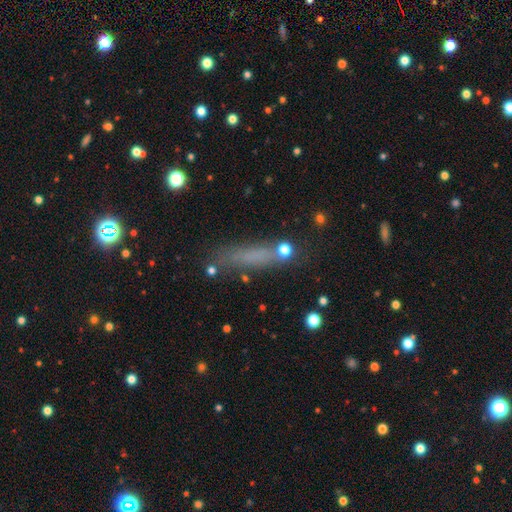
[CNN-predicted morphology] This is likely a smooth galaxy (63%). How rounded: clearly cigar-shaped (80%). Merging: likely none (71%).